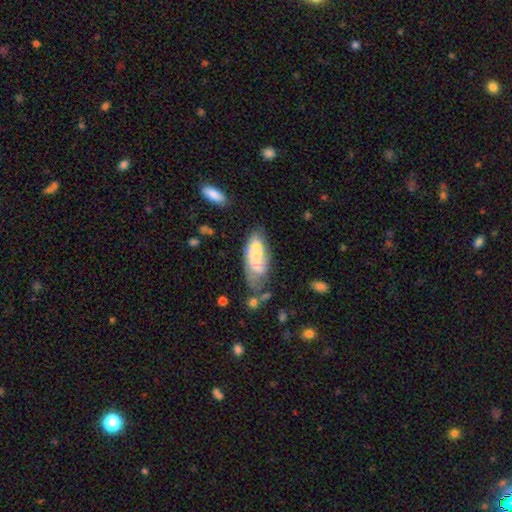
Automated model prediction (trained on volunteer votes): smooth_or_featured: featured or disk (p=0.49) [alt: smooth p=0.44]
merging: none (p=0.45) [alt: minor disturbance p=0.31]